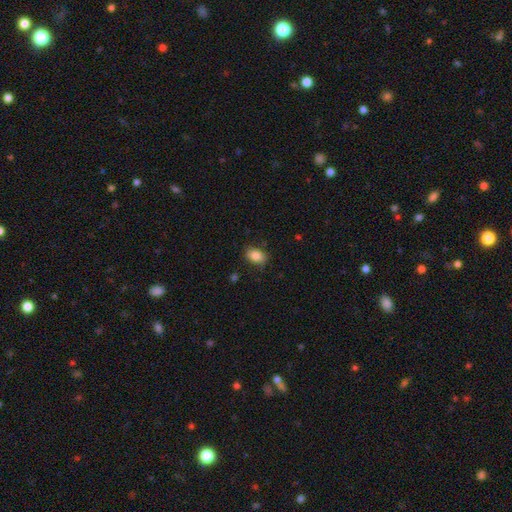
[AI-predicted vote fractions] smooth 85%, star or artifact 8%, featured or disk 7%. Down the decision tree: how rounded — in between (87%); merging — none (82%).